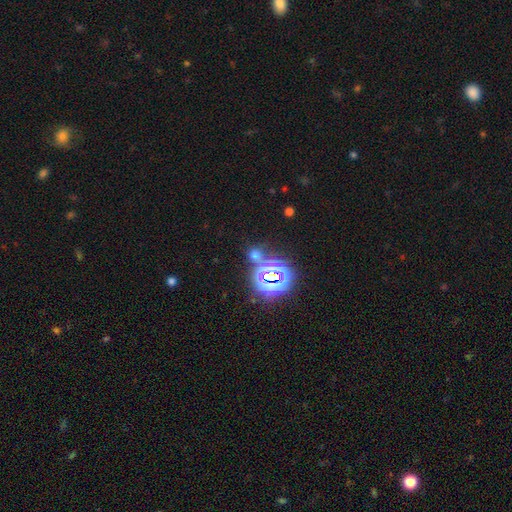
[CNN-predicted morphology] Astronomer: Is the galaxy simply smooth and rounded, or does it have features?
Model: star or artifact — 50% (runner-up: smooth, 42%).